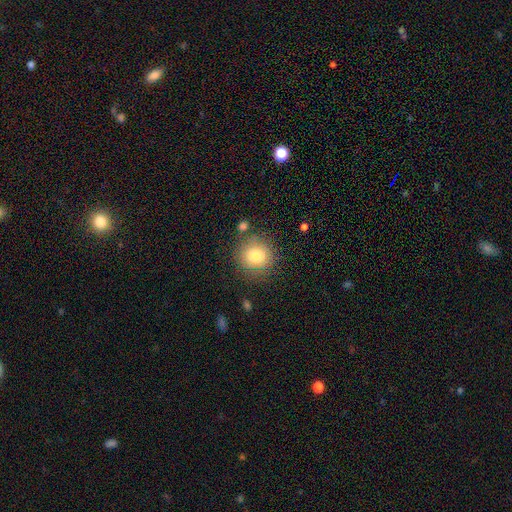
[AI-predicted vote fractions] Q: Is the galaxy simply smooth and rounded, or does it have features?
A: smooth — 79%.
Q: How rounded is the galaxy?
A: round — 91%.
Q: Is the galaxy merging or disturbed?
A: none — 79%.